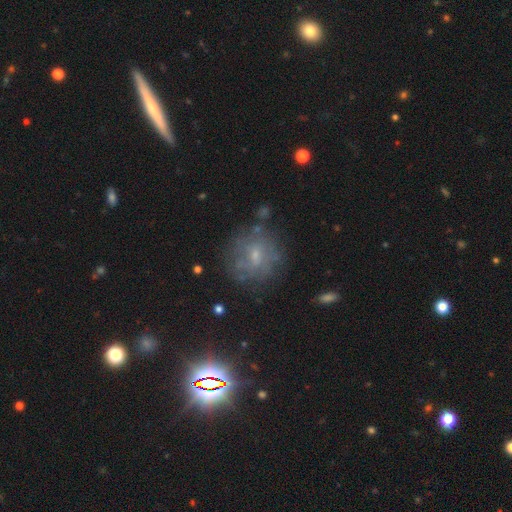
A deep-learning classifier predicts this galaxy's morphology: Q: Smooth or featured?
A: featured or disk (47%); runner-up: smooth (38%)
Q: Merging?
A: none (67%); runner-up: minor disturbance (18%)